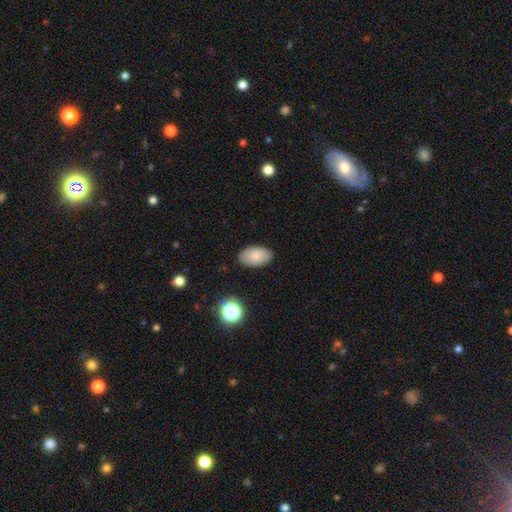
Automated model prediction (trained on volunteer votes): Q: Smooth or featured?
A: smooth (82%); runner-up: featured or disk (9%)
Q: How rounded?
A: in between (93%); runner-up: round (5%)
Q: Merging?
A: none (86%); runner-up: minor disturbance (11%)